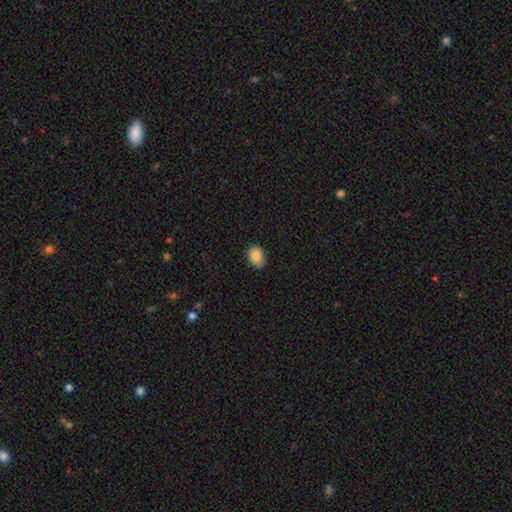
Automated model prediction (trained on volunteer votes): Q: Smooth or featured?
A: smooth (88%); runner-up: star or artifact (8%)
Q: How rounded?
A: in between (77%); runner-up: round (22%)
Q: Merging?
A: none (81%); runner-up: minor disturbance (16%)